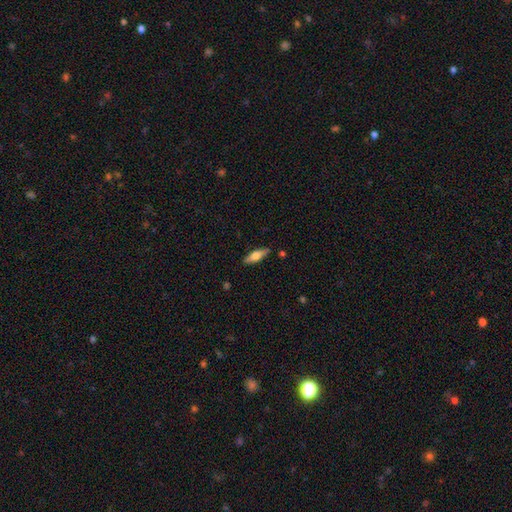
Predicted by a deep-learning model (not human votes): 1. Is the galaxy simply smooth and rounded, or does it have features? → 53% smooth, 40% featured or disk, 6% star or artifact.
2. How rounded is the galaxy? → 53% in between, 45% cigar-shaped, 2% round.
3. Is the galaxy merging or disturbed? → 86% none, 10% minor disturbance, 2% major disturbance, 2% merger.